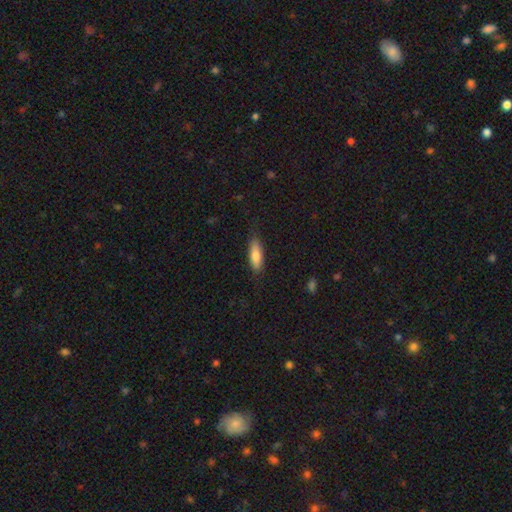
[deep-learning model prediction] Morphology: type=smooth (79%); roundness=in between (59%); merging=none (78%).